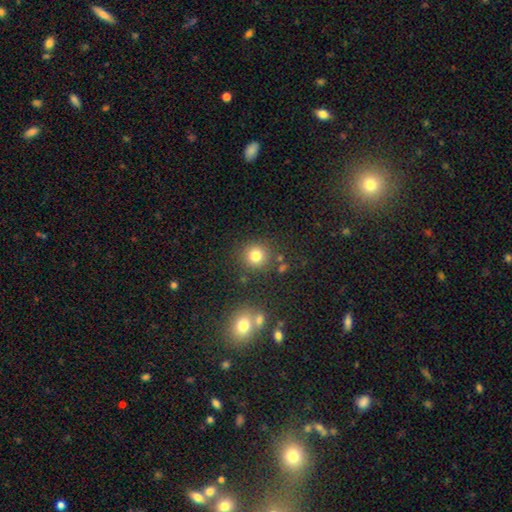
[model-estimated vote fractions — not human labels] A smooth galaxy with no disk features (79%) that is round (91%).

Vote fractions:
- Smooth or featured? smooth: 79% / star or artifact: 14% / featured or disk: 7%
- How rounded? round: 91% / in between: 8% / cigar-shaped: 1%
- Merging? none: 83% / minor disturbance: 8% / merger: 6% / major disturbance: 3%